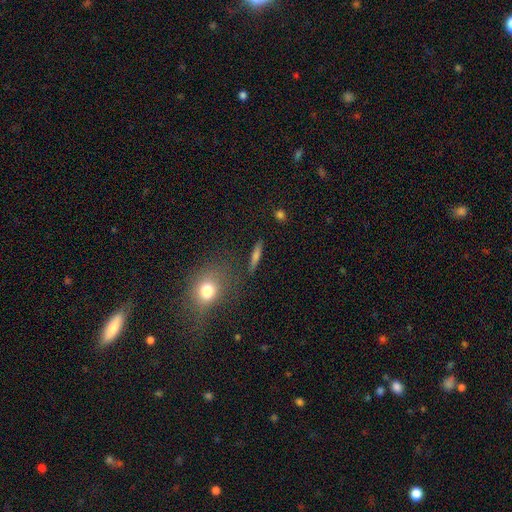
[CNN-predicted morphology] A smooth galaxy with no disk features (57%) that is cigar-shaped (65%).

Vote fractions:
- Smooth or featured? smooth: 57% / featured or disk: 25% / star or artifact: 18%
- How rounded? cigar-shaped: 65% / in between: 21% / round: 14%
- Merging? none: 81% / minor disturbance: 11% / major disturbance: 4% / merger: 4%